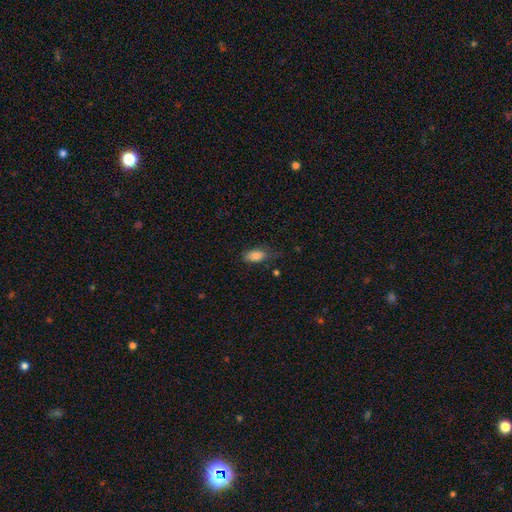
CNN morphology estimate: Smooth or featured: smooth — 83% (featured or disk — 9%)
How rounded: in between — 88% (cigar-shaped — 8%)
Merging: none — 64% (minor disturbance — 27%)